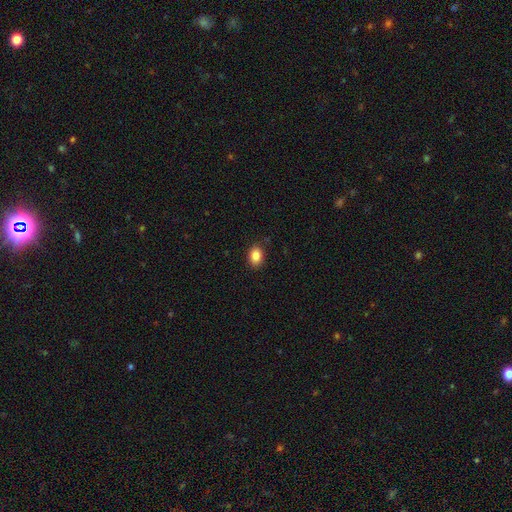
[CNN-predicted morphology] Smooth or featured?
  - smooth: 86% *
  - star or artifact: 9%
  - featured or disk: 5%
How rounded?
  - in between: 74% *
  - round: 25%
  - cigar-shaped: 1%
Merging?
  - none: 85% *
  - minor disturbance: 11%
  - major disturbance: 2%
  - merger: 1%